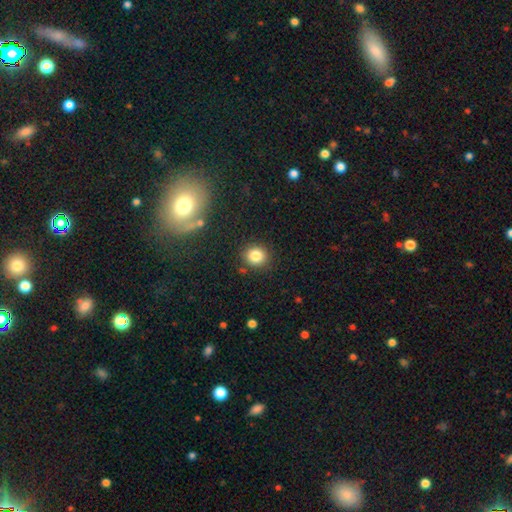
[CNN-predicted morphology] type=smooth (83%); roundness=round (85%); merging=none (87%).